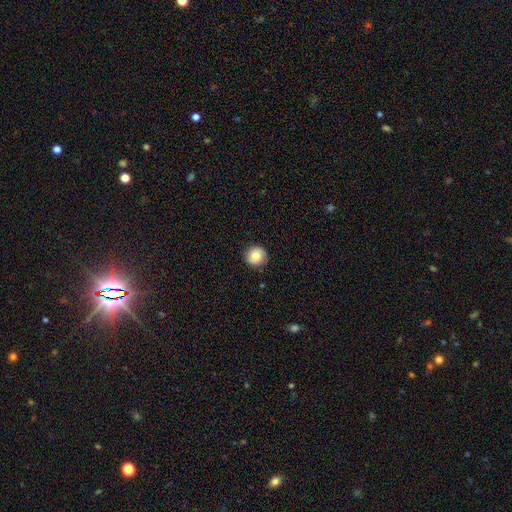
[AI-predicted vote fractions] A smooth galaxy with no disk features (75%) that is round (93%).

Vote fractions:
- Smooth or featured? smooth: 75% / featured or disk: 16% / star or artifact: 9%
- How rounded? round: 93% / in between: 6% / cigar-shaped: 1%
- Merging? none: 87% / minor disturbance: 9% / major disturbance: 2% / merger: 1%